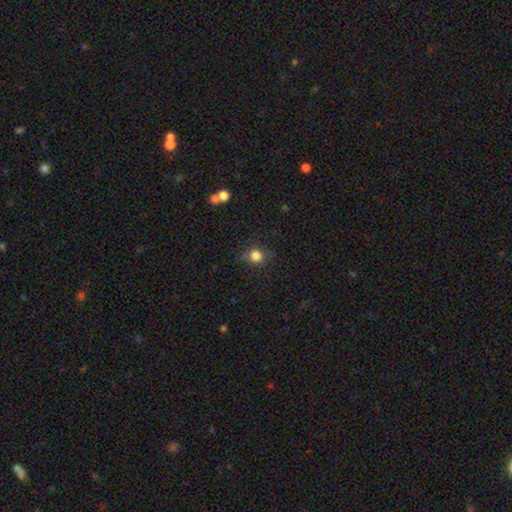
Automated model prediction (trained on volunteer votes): This is clearly a smooth galaxy (80%). How rounded: clearly round (84%). Merging: likely none (78%).